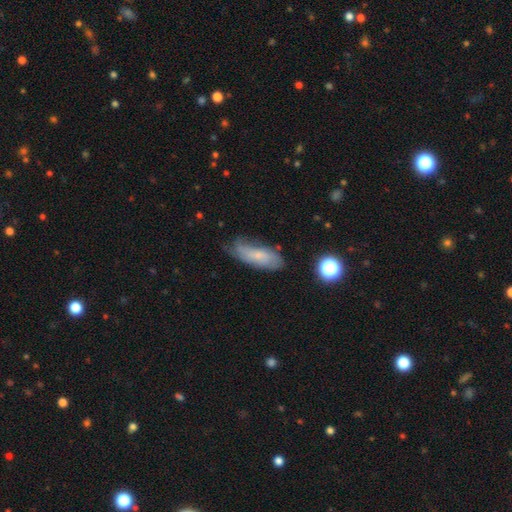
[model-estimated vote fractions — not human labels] smooth-or-featured: smooth: 52% | featured or disk: 38% | star or artifact: 10%
  how-rounded: in between: 60% | cigar-shaped: 37% | round: 3%
  merging: none: 62% | minor disturbance: 27% | major disturbance: 8% | merger: 2%